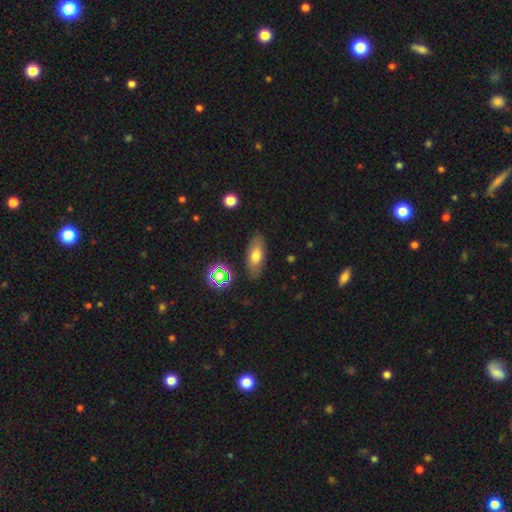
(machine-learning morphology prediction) Smooth or featured?
  - smooth: 68% *
  - featured or disk: 22%
  - star or artifact: 10%
How rounded?
  - in between: 79% *
  - cigar-shaped: 17%
  - round: 5%
Merging?
  - none: 84% *
  - minor disturbance: 11%
  - major disturbance: 3%
  - merger: 2%